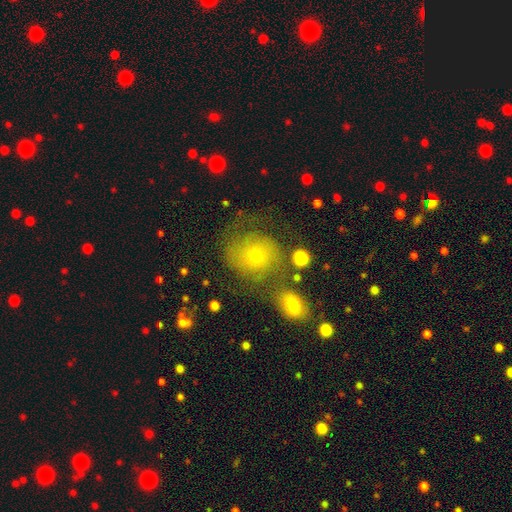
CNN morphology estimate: A featured or disk galaxy (44%). Merging: none (52%).